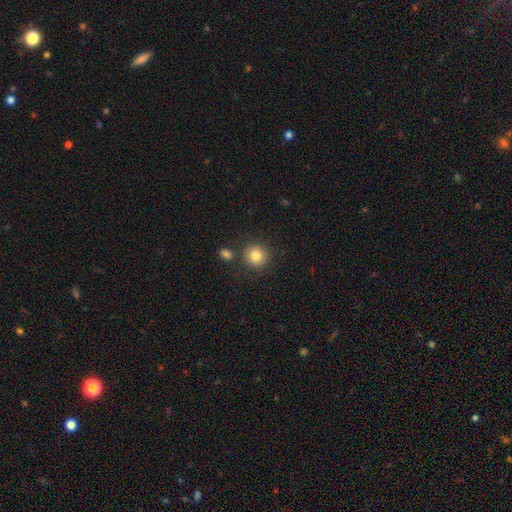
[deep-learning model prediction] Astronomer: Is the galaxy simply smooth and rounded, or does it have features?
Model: smooth — 84%.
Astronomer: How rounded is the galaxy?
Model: round — 91%.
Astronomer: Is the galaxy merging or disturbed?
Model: none — 83%.